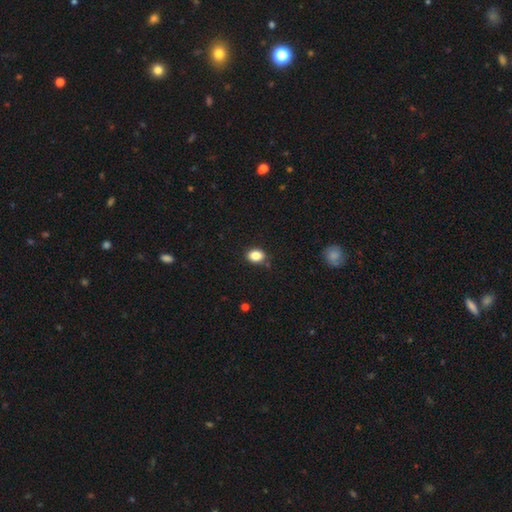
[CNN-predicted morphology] Smooth or featured: smooth — 85% (star or artifact — 10%)
How rounded: in between — 67% (round — 32%)
Merging: none — 83% (minor disturbance — 12%)